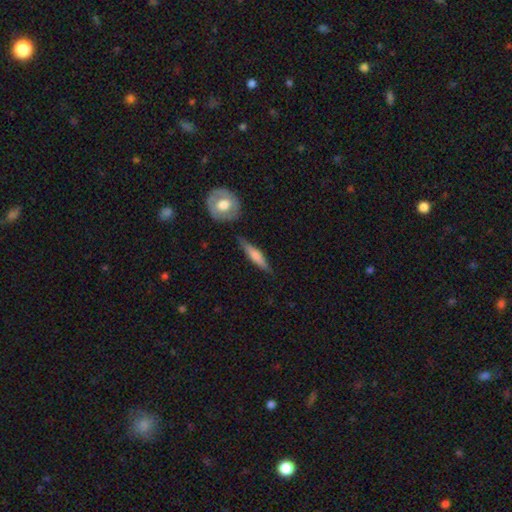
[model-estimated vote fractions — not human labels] Q: Smooth or featured?
A: smooth (56%); runner-up: featured or disk (38%)
Q: How rounded?
A: cigar-shaped (82%); runner-up: in between (15%)
Q: Merging?
A: none (77%); runner-up: minor disturbance (15%)